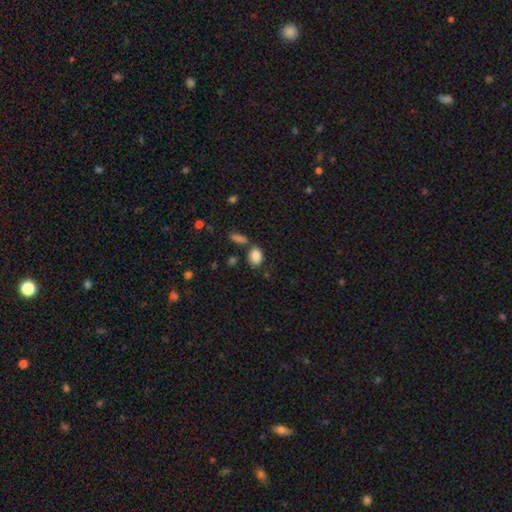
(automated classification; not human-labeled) Smooth or featured?
  - smooth: 86% *
  - star or artifact: 9%
  - featured or disk: 5%
How rounded?
  - in between: 78% *
  - round: 20%
  - cigar-shaped: 2%
Merging?
  - none: 65% *
  - merger: 17%
  - minor disturbance: 14%
  - major disturbance: 4%